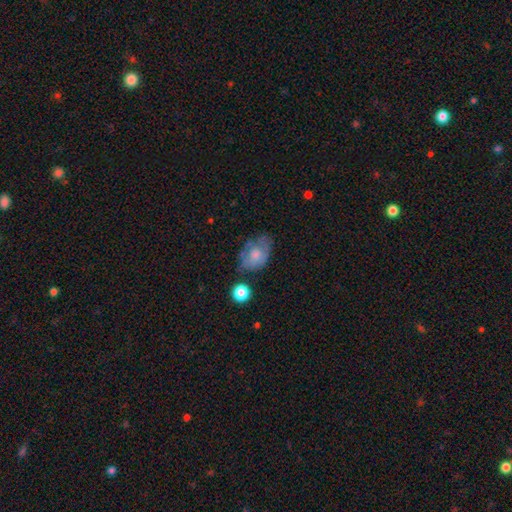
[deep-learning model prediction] Overall: smooth (62%; featured or disk 30%). How rounded: in between (79%). Merging: none (47%; minor disturbance 31%).